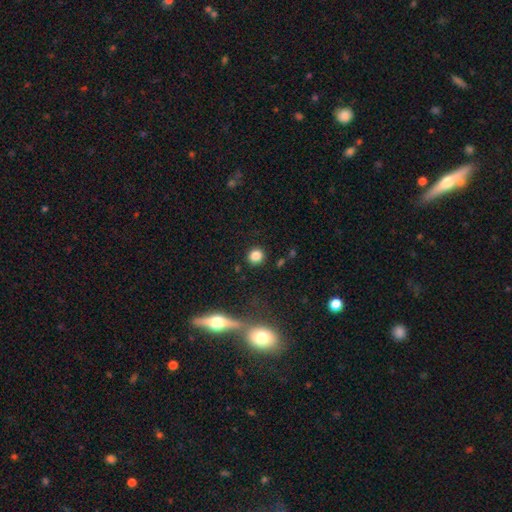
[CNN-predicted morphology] Q: Smooth or featured?
A: smooth (83%); runner-up: star or artifact (12%)
Q: How rounded?
A: round (90%); runner-up: in between (9%)
Q: Merging?
A: none (90%); runner-up: minor disturbance (6%)